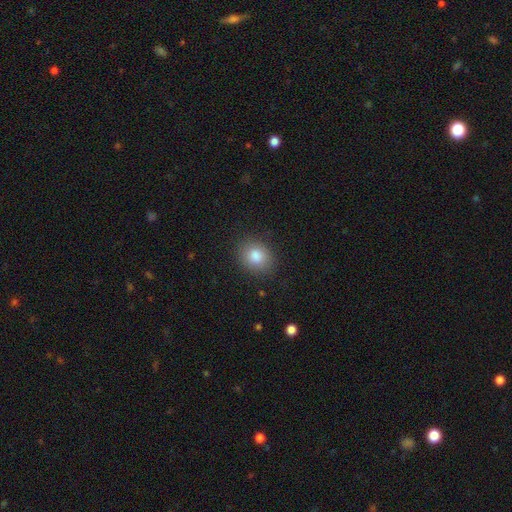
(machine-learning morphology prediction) The model was most divided on "how rounded": round: 57%, in between: 42%, cigar-shaped: 1%. More confident: merging — none (86%); smooth or featured — smooth (84%).